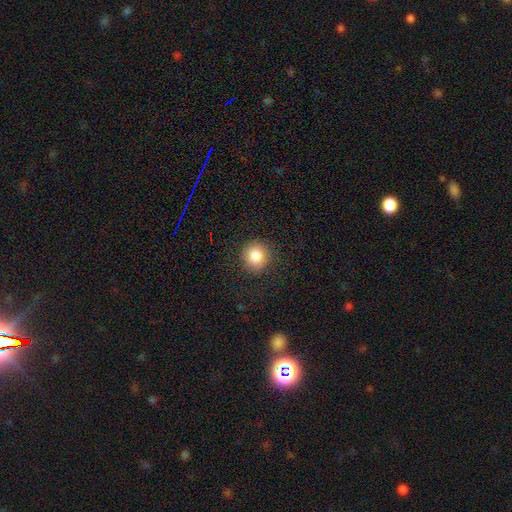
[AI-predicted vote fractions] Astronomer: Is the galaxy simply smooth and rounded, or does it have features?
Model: smooth — 85%.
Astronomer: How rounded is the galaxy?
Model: round — 91%.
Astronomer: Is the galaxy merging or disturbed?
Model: none — 89%.